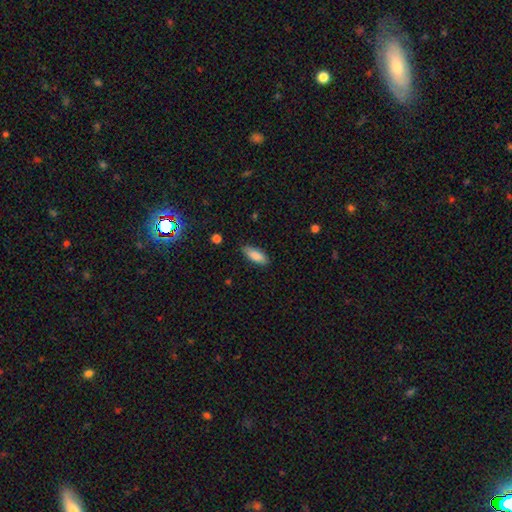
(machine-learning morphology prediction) Overall: smooth (87%). How rounded: in between (72%). Merging: none (83%).